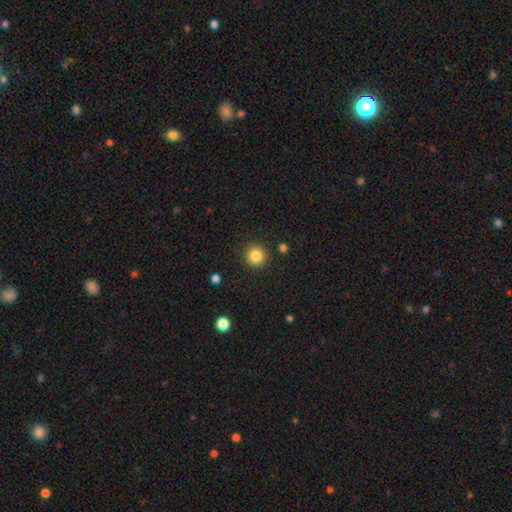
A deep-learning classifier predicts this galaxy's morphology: smooth-or-featured: smooth: 84% | star or artifact: 10% | featured or disk: 5%
  how-rounded: round: 95% | in between: 4% | cigar-shaped: 1%
  merging: none: 90% | minor disturbance: 6% | major disturbance: 2% | merger: 2%